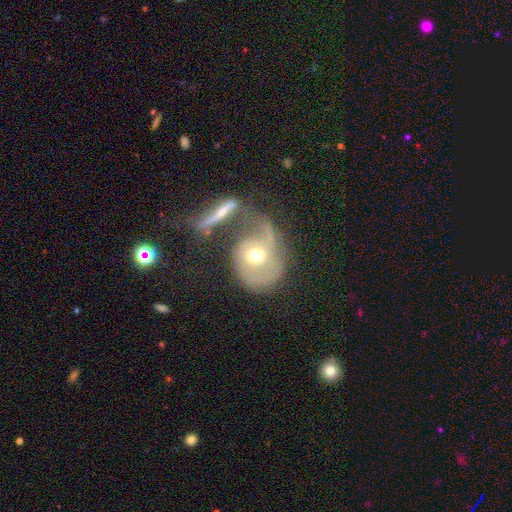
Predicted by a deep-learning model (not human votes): The model was most divided on "merging": merger: 41%, major disturbance: 26%, none: 20%, minor disturbance: 12%. More confident: edge-on disk — no (93%); bulge size — moderate (71%); spiral arms — yes (65%); bar — no (65%); smooth or featured — featured or disk (61%).